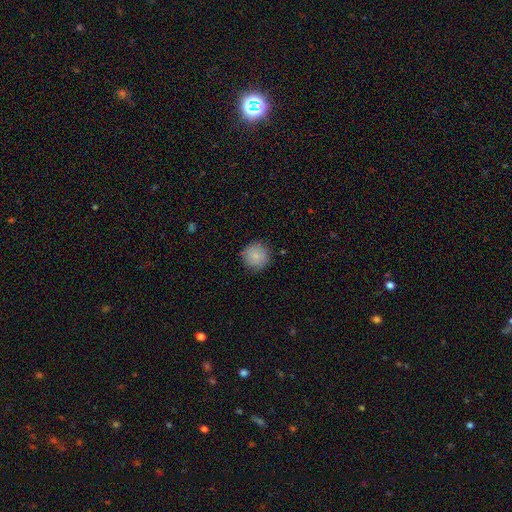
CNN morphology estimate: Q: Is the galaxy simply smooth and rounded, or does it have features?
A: smooth — 85%.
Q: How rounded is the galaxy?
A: round — 94%.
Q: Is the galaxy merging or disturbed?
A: none — 87%.